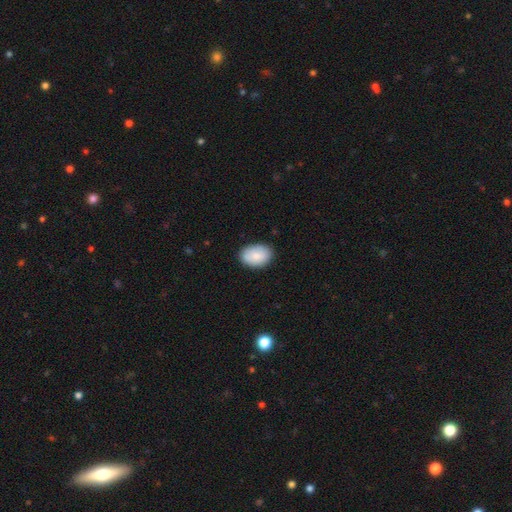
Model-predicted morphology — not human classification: Q: Smooth or featured?
A: smooth (83%); runner-up: featured or disk (11%)
Q: How rounded?
A: in between (85%); runner-up: round (14%)
Q: Merging?
A: none (84%); runner-up: minor disturbance (13%)